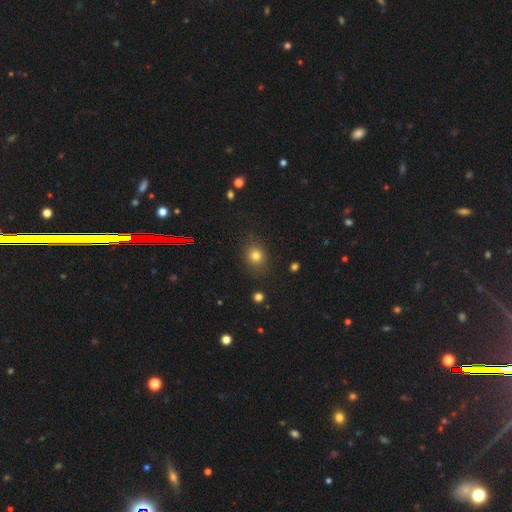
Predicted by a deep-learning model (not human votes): smooth 77%, star or artifact 15%, featured or disk 8%. Down the decision tree: how rounded — round (68%); merging — none (83%).